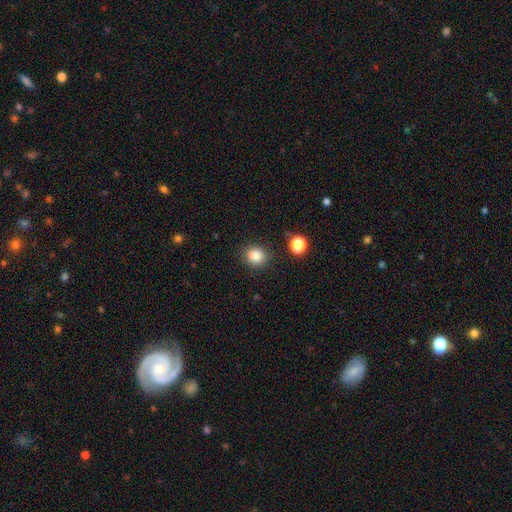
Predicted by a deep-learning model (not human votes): Smooth or featured? smooth (84%)
How rounded? round (75%)
Merging? none (85%)